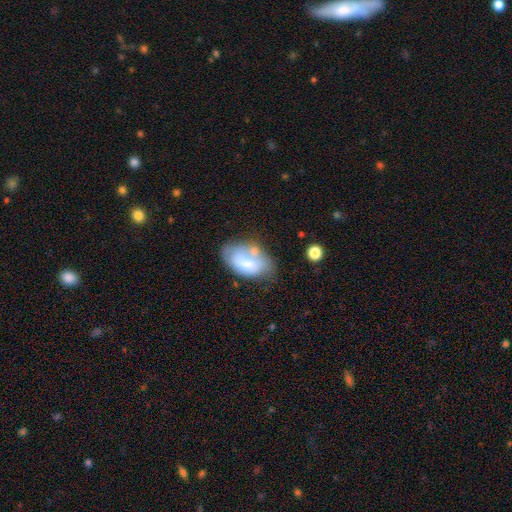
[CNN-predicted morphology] smooth-or-featured: smooth: 58% | featured or disk: 34% | star or artifact: 8%
  how-rounded: in between: 91% | round: 7% | cigar-shaped: 2%
  merging: none: 36% | minor disturbance: 27% | merger: 22% | major disturbance: 15%